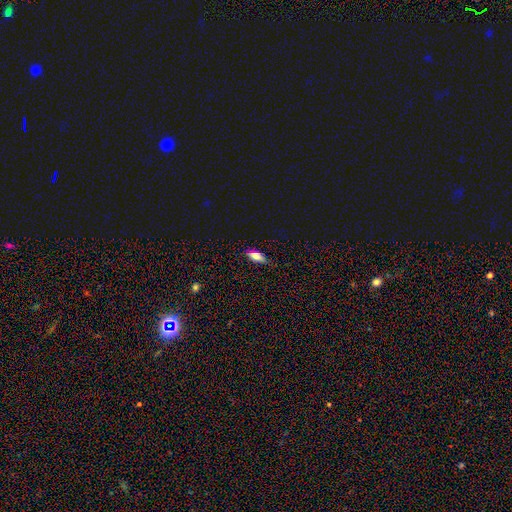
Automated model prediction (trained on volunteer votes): smooth_or_featured: smooth (p=0.67) [alt: featured or disk p=0.23]
how_rounded: in between (p=0.71) [alt: cigar-shaped p=0.25]
merging: none (p=0.80) [alt: minor disturbance p=0.15]